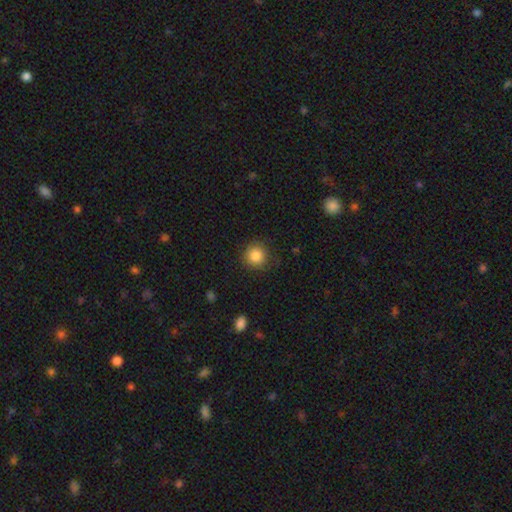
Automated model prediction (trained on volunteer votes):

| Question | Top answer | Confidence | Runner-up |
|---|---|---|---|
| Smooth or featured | smooth | 86% | star or artifact (10%) |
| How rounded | round | 92% | in between (7%) |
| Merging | none | 85% | minor disturbance (11%) |